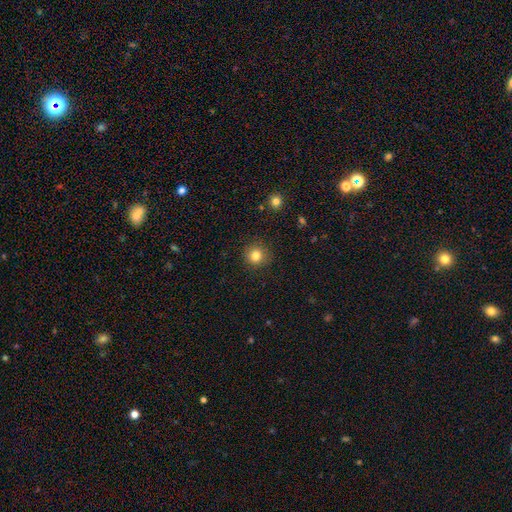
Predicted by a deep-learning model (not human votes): A smooth galaxy with no disk features (82%) that is round (91%). Merging: none (90%).